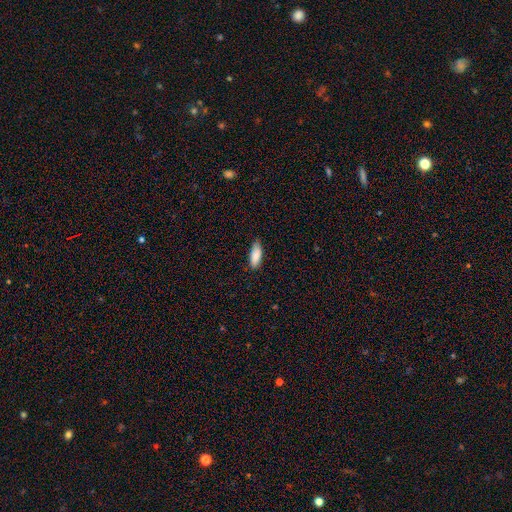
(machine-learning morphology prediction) A smooth galaxy with no disk features (85%) that is in between round and cigar-shaped (69%). Merging: none (81%).